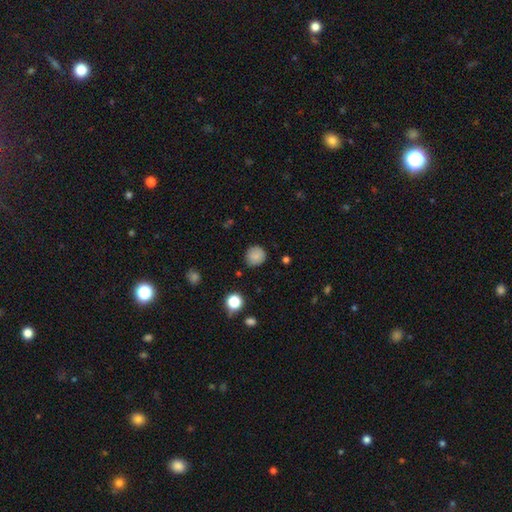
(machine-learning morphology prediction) Smooth or featured: smooth — 84% (star or artifact — 10%)
How rounded: round — 91% (in between — 8%)
Merging: none — 84% (minor disturbance — 12%)